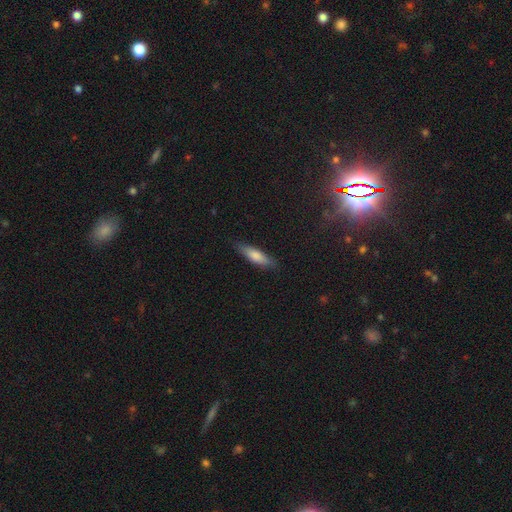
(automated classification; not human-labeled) Smooth or featured? Predicted: smooth (p=0.76). How rounded? Predicted: cigar-shaped (p=0.63). Merging? Predicted: none (p=0.83).